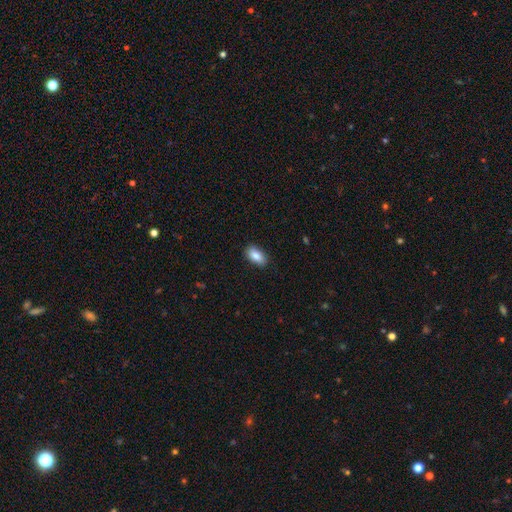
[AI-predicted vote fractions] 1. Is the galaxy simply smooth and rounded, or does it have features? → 86% smooth, 7% featured or disk, 7% star or artifact.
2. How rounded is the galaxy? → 91% in between, 4% cigar-shaped, 4% round.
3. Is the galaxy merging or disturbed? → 86% none, 11% minor disturbance, 2% major disturbance, 1% merger.